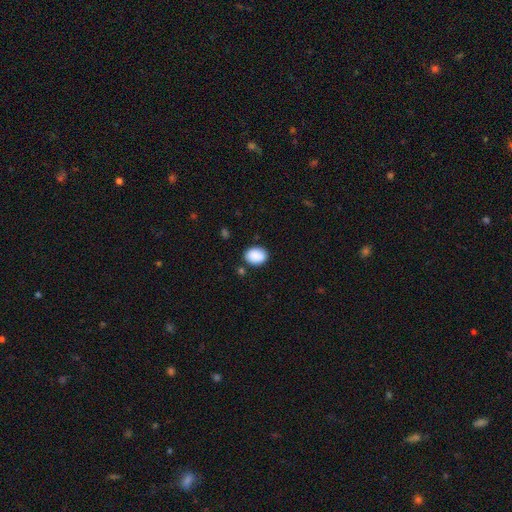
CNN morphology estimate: This appears to be a smooth galaxy with no disk features (89%) that is in between round and cigar-shaped (63%). Merging: none (83%).